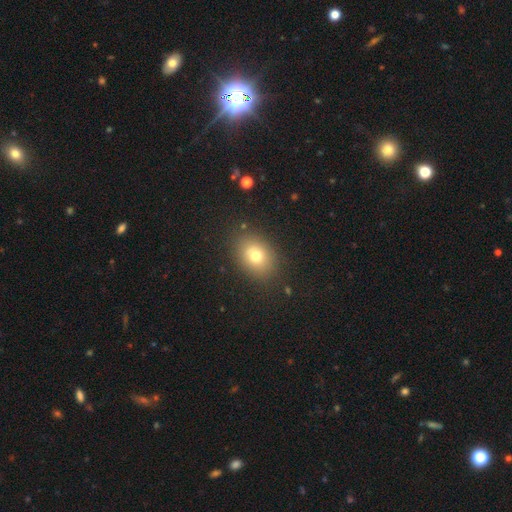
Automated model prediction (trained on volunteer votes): Smooth or featured? Predicted: smooth (p=0.74). How rounded? Predicted: in between (p=0.60). Merging? Predicted: none (p=0.84).